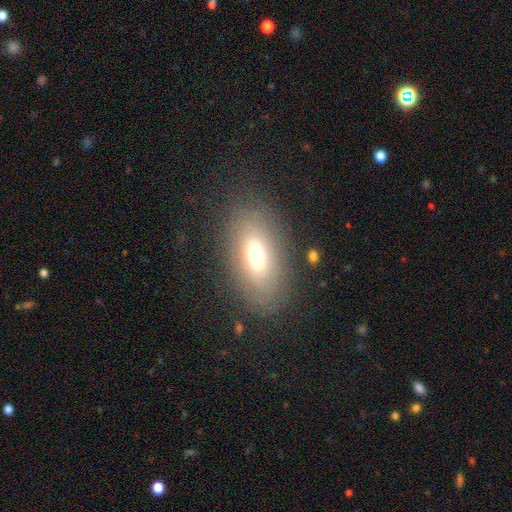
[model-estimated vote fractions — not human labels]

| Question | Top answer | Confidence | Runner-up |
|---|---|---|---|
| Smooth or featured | smooth | 62% | featured or disk (28%) |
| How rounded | in between | 88% | round (7%) |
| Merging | none | 82% | minor disturbance (11%) |